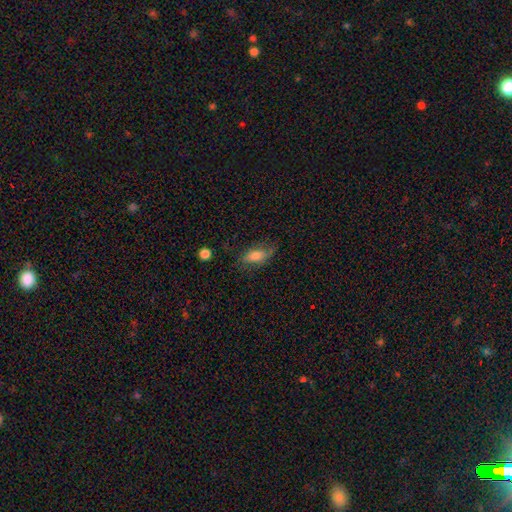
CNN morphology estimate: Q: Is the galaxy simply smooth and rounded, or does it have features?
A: smooth — 62%.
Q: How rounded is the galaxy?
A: in between — 79%.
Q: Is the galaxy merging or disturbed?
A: none — 63%.